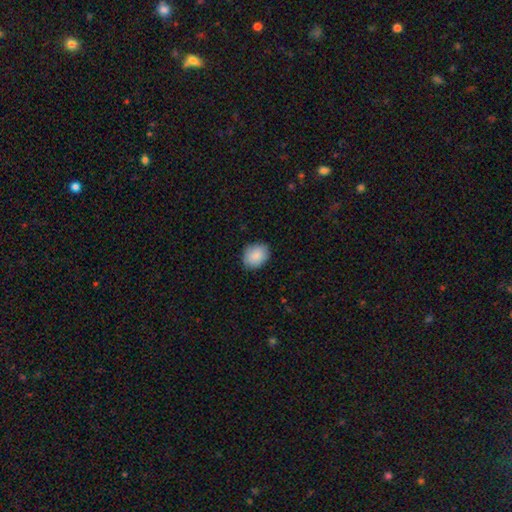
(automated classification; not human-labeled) smooth 89%, star or artifact 7%, featured or disk 4%. Down the decision tree: how rounded — in between (51%); merging — none (86%).